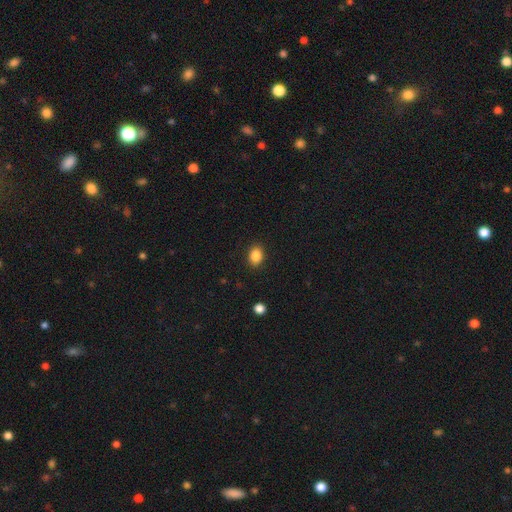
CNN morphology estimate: smooth_or_featured: smooth (p=0.87) [alt: star or artifact p=0.09]
how_rounded: in between (p=0.66) [alt: round p=0.33]
merging: none (p=0.89) [alt: minor disturbance p=0.08]